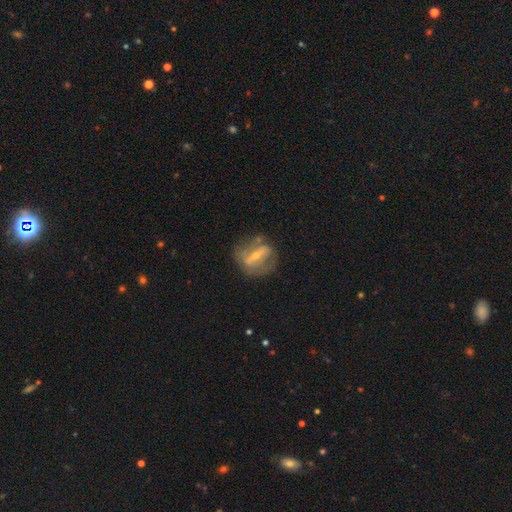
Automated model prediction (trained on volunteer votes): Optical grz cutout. It shows a featured or disk galaxy (72%) with a strong bar (64%), no spiral arms (62%) and a small central bulge (60%). Merging: none (63%).